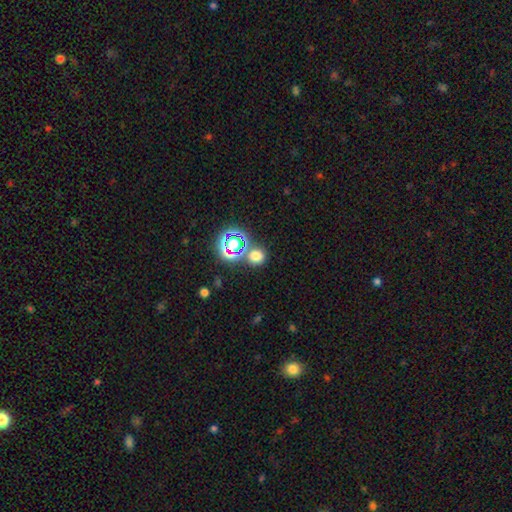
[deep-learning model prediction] Smooth or featured? smooth (66%)
How rounded? round (81%)
Merging? none (73%)